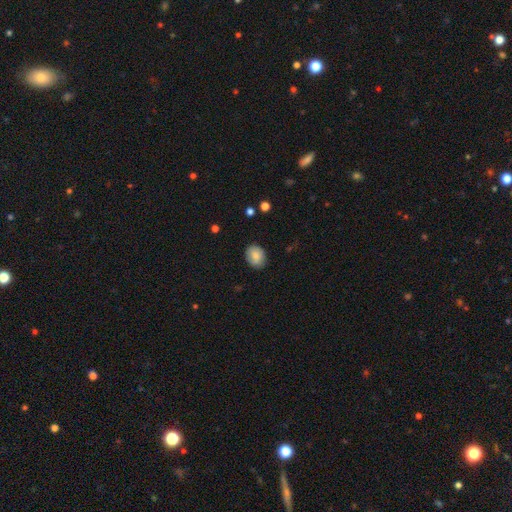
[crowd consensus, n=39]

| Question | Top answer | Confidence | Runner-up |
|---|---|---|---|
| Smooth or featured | smooth | 92% | featured or disk (5%) |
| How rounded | in between | 72% | round (28%) |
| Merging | none | 95% | minor disturbance (3%) |